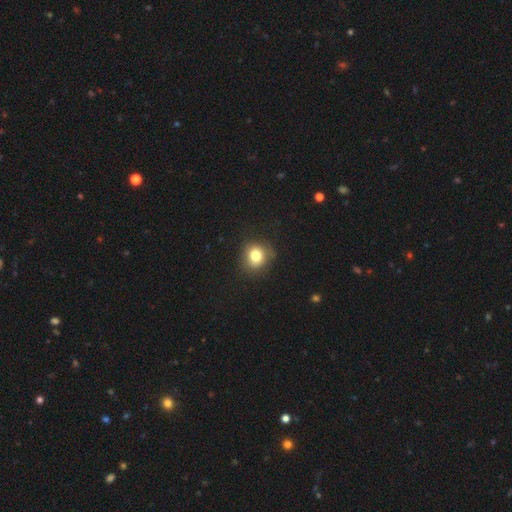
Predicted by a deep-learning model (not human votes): Morphology: type=smooth (78%); roundness=round (80%); merging=none (77%).